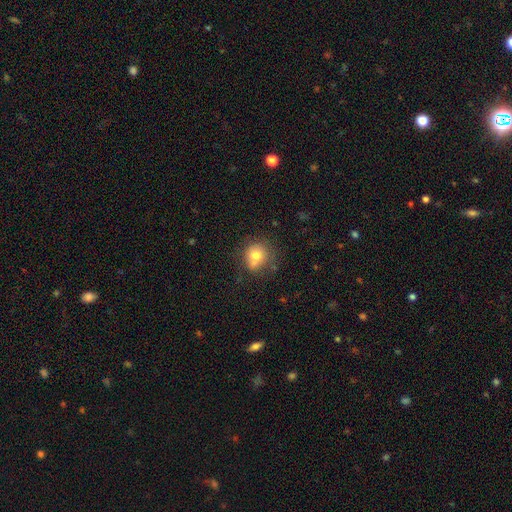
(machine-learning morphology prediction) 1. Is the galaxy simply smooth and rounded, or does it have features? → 72% smooth, 17% featured or disk, 11% star or artifact.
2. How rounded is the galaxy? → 81% round, 18% in between, 1% cigar-shaped.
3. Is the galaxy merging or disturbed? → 55% none, 22% minor disturbance, 16% merger, 8% major disturbance.